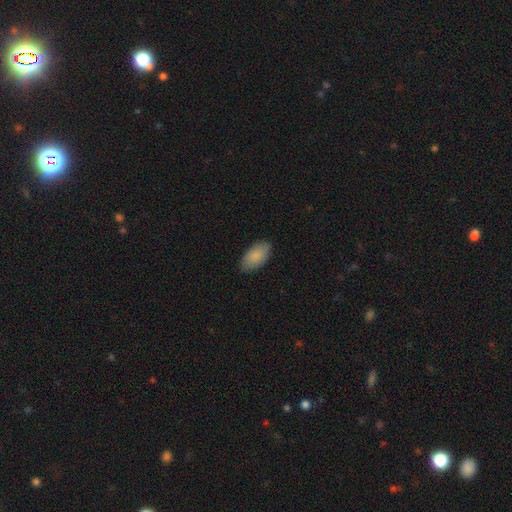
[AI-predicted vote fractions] Smooth or featured?
  - smooth: 87% *
  - featured or disk: 8%
  - star or artifact: 6%
How rounded?
  - in between: 95% *
  - cigar-shaped: 3%
  - round: 2%
Merging?
  - none: 84% *
  - minor disturbance: 13%
  - major disturbance: 2%
  - merger: 1%